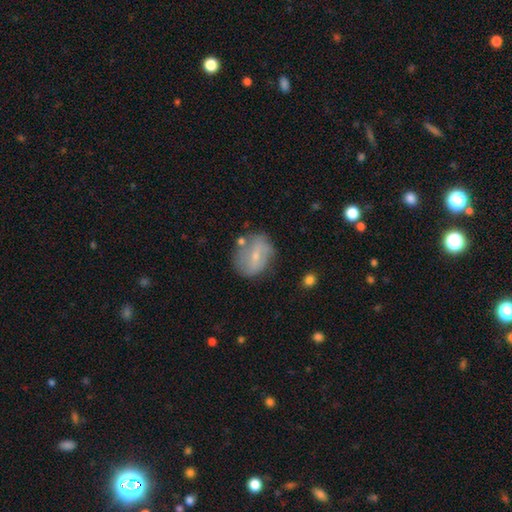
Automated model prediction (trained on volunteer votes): A smooth galaxy with no disk features (49%). Merging: none (61%).